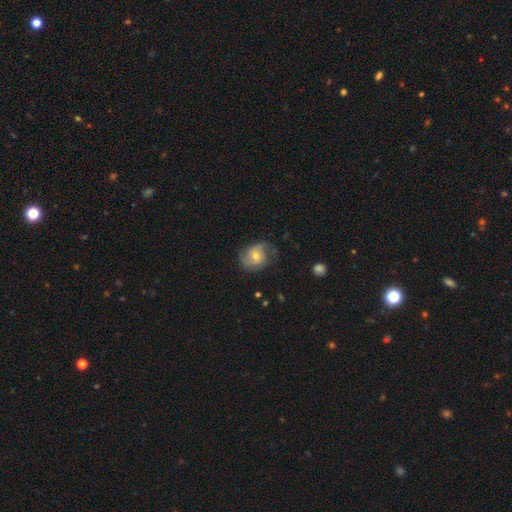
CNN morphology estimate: Smooth or featured? featured or disk (56%)
Edge-on disk? no (97%)
Bar? no (57%)
Spiral arms? yes (83%)
Bulge size? moderate (61%)
Merging? none (58%)